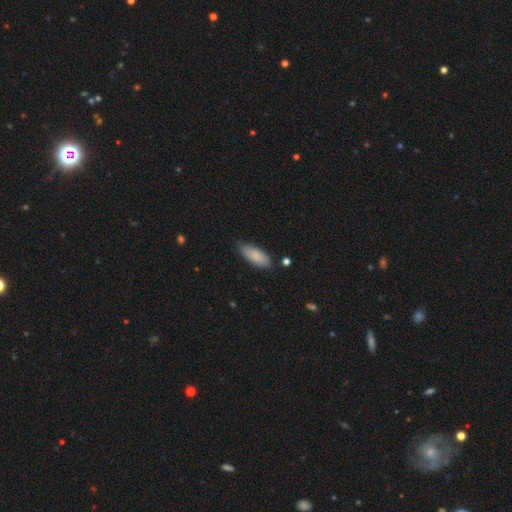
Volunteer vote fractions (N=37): Smooth or featured?
  - smooth: 86% *
  - featured or disk: 11%
  - star or artifact: 3%
How rounded?
  - in between: 84% *
  - cigar-shaped: 9%
  - round: 6%
Merging?
  - none: 72% *
  - minor disturbance: 25%
  - merger: 3%
  - major disturbance: 0%